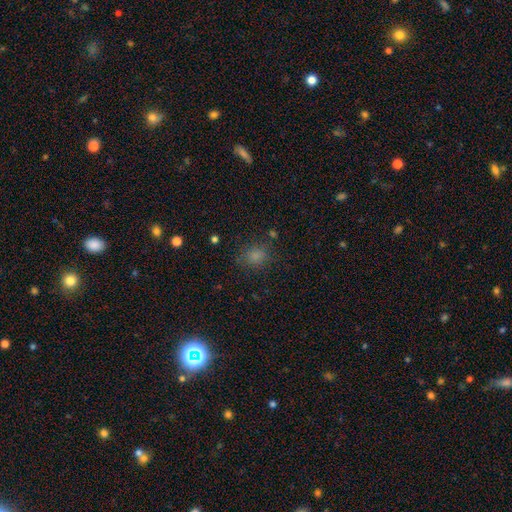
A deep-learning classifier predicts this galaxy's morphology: Smooth or featured: smooth — 78% (star or artifact — 16%)
How rounded: round — 65% (in between — 34%)
Merging: none — 77% (minor disturbance — 15%)